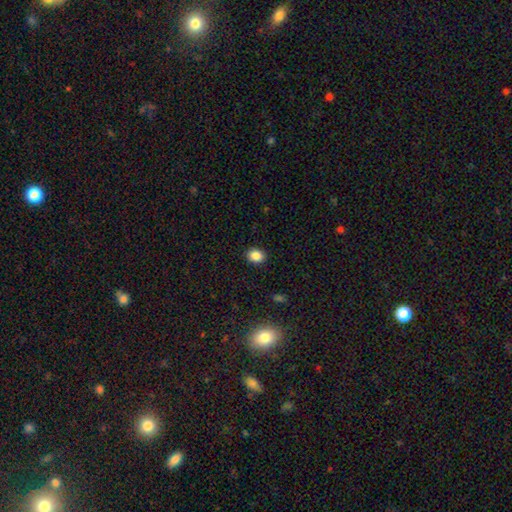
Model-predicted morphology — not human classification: type=smooth (86%); roundness=round (56%); merging=none (90%).